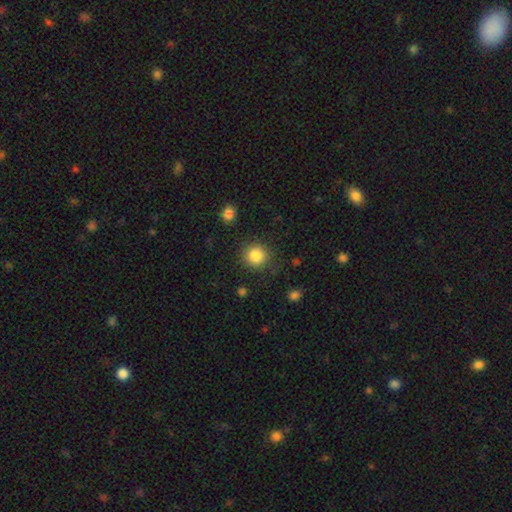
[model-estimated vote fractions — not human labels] Smooth or featured?
  - smooth: 86% *
  - star or artifact: 10%
  - featured or disk: 4%
How rounded?
  - round: 91% *
  - in between: 8%
  - cigar-shaped: 1%
Merging?
  - none: 86% *
  - minor disturbance: 9%
  - major disturbance: 4%
  - merger: 2%